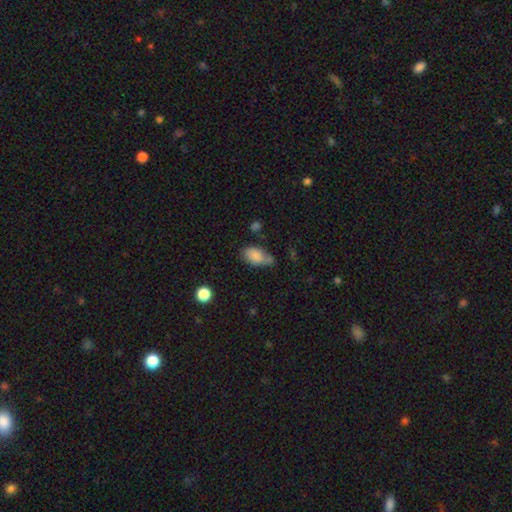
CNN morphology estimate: Q: Smooth or featured?
A: smooth (81%); runner-up: featured or disk (11%)
Q: How rounded?
A: in between (90%); runner-up: round (8%)
Q: Merging?
A: none (49%); runner-up: minor disturbance (28%)